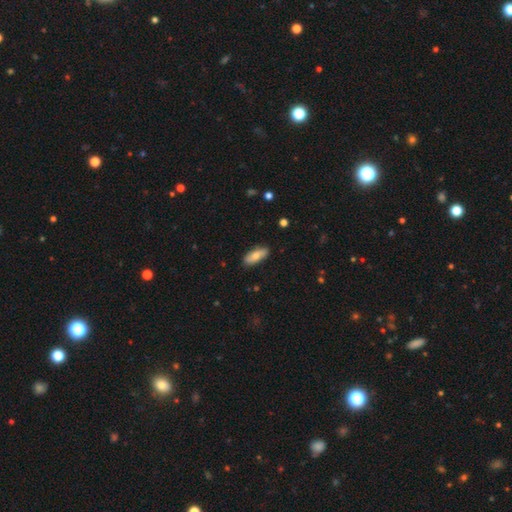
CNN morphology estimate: A smooth galaxy with no disk features (74%) that is in between round and cigar-shaped (73%).

Vote fractions:
- Smooth or featured? smooth: 74% / featured or disk: 20% / star or artifact: 6%
- How rounded? in between: 73% / cigar-shaped: 24% / round: 2%
- Merging? none: 87% / minor disturbance: 10% / major disturbance: 2% / merger: 1%